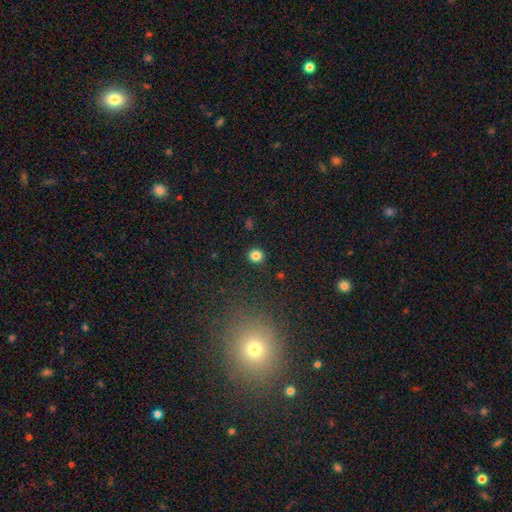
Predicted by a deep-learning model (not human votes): This is clearly a smooth galaxy (83%). How rounded: clearly round (85%). Merging: clearly none (91%).